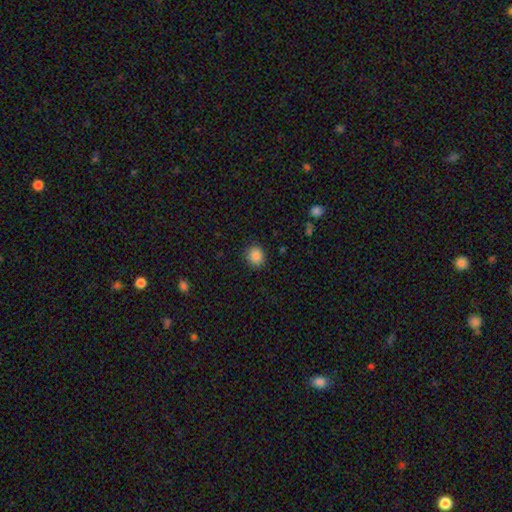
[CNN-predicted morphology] Smooth or featured? smooth (87%)
How rounded? round (80%)
Merging? none (88%)